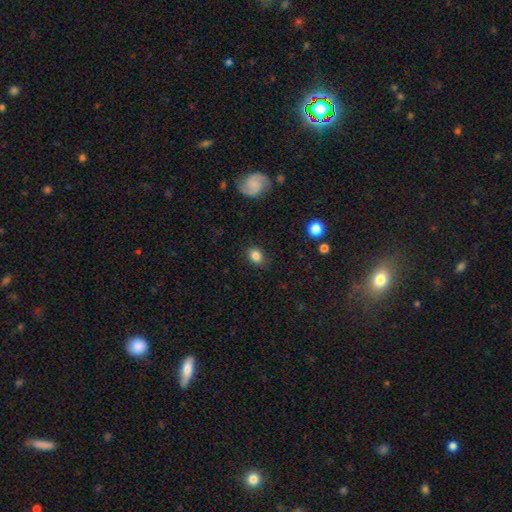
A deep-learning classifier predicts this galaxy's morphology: Q: Smooth or featured?
A: smooth (83%); runner-up: star or artifact (10%)
Q: How rounded?
A: in between (54%); runner-up: round (45%)
Q: Merging?
A: none (84%); runner-up: minor disturbance (12%)